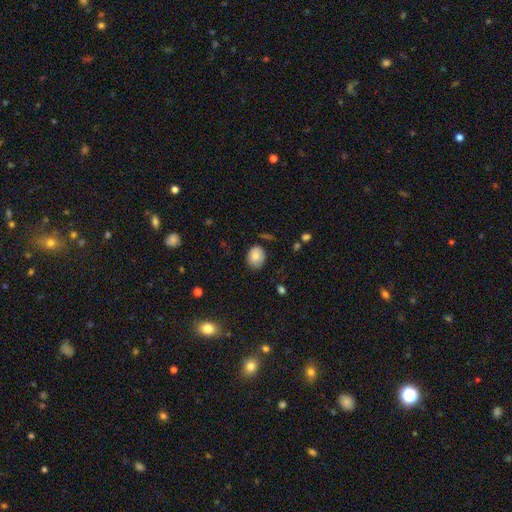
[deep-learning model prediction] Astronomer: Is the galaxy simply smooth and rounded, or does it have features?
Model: smooth — 81%.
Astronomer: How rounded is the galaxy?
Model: in between — 57% (runner-up: round, 42%).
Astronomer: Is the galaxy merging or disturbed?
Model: none — 76%.